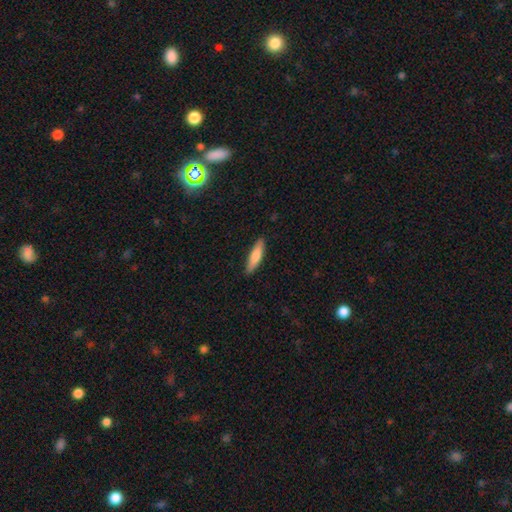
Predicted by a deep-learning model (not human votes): smooth-or-featured: smooth: 75% | featured or disk: 20% | star or artifact: 6%
  how-rounded: cigar-shaped: 75% | in between: 24% | round: 2%
  merging: none: 89% | minor disturbance: 8% | major disturbance: 2% | merger: 1%